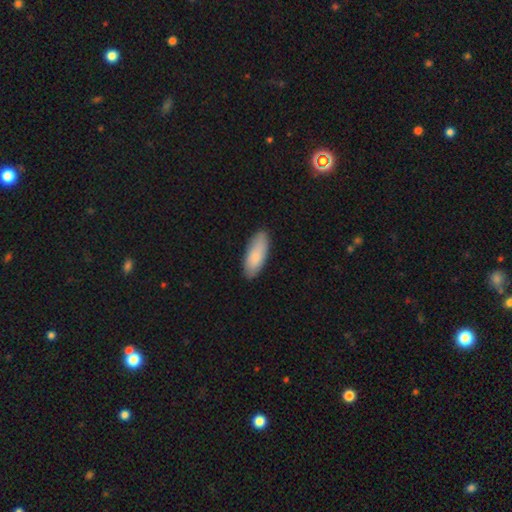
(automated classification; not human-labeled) This appears to be a smooth galaxy with no disk features (85%) that is in between round and cigar-shaped (74%). Merging: none (86%).